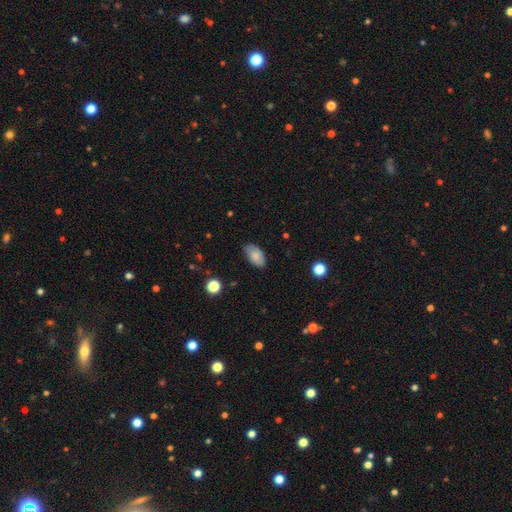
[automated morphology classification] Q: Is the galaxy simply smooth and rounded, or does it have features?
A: smooth — 82%.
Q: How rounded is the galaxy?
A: in between — 94%.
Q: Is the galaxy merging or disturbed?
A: none — 76%.